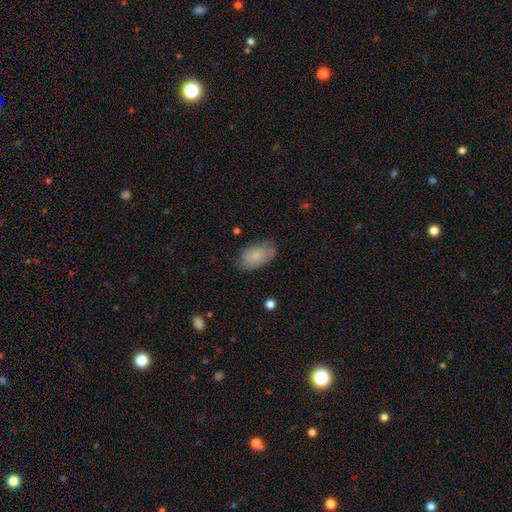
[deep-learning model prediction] Smooth or featured: smooth — 83% (featured or disk — 10%)
How rounded: in between — 93% (round — 5%)
Merging: none — 74% (minor disturbance — 20%)